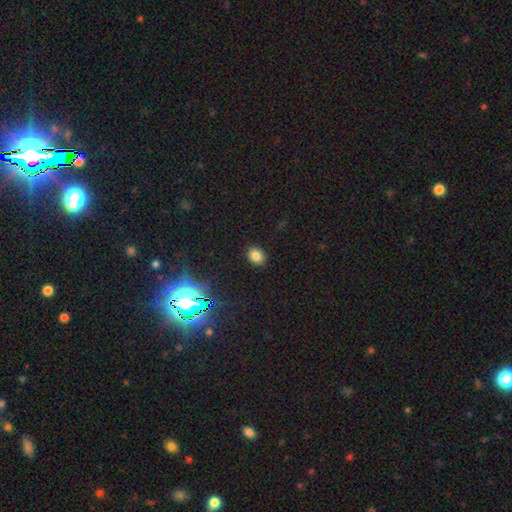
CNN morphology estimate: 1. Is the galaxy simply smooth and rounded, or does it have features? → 80% smooth, 15% star or artifact, 6% featured or disk.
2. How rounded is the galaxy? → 55% in between, 44% round, 1% cigar-shaped.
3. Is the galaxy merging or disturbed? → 89% none, 7% minor disturbance, 2% major disturbance, 1% merger.